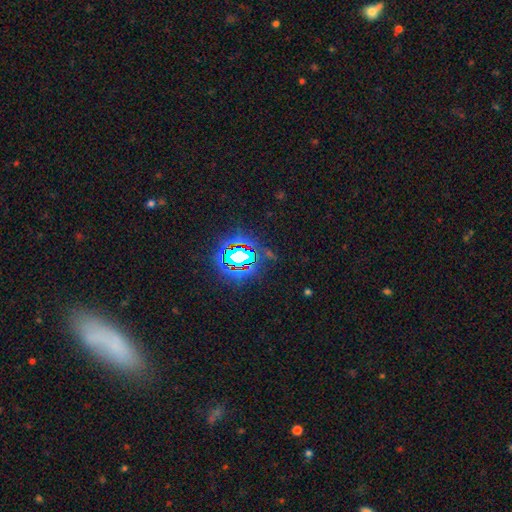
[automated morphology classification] A star or artifact, not a galaxy (71%).

Vote fractions:
- Smooth or featured? star or artifact: 71% / smooth: 19% / featured or disk: 10%